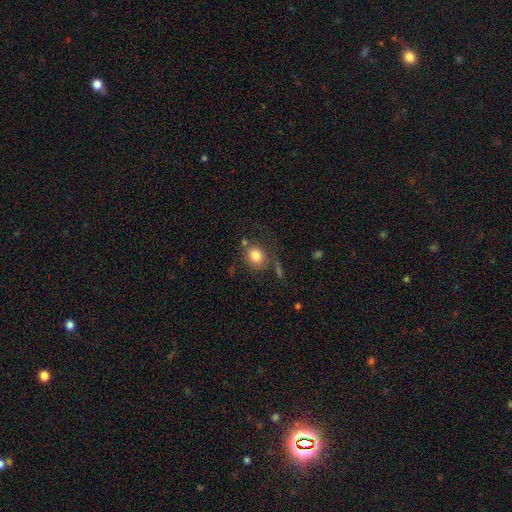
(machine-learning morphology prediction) smooth-or-featured: smooth: 80% | featured or disk: 10% | star or artifact: 10%
  how-rounded: round: 68% | in between: 30% | cigar-shaped: 1%
  merging: none: 66% | minor disturbance: 16% | merger: 9% | major disturbance: 9%